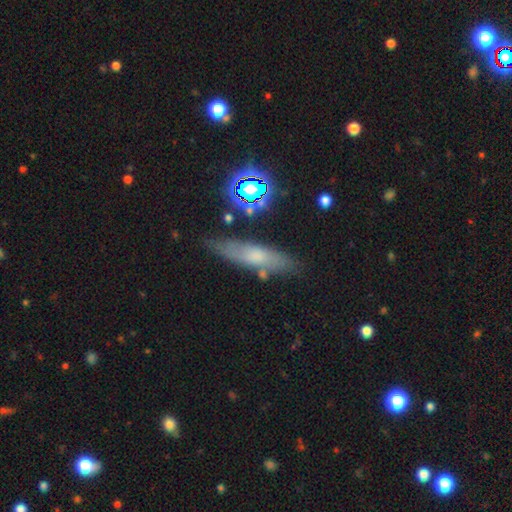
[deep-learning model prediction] Smooth or featured: smooth — 54% (featured or disk — 32%)
How rounded: cigar-shaped — 67% (in between — 29%)
Merging: none — 76% (minor disturbance — 16%)